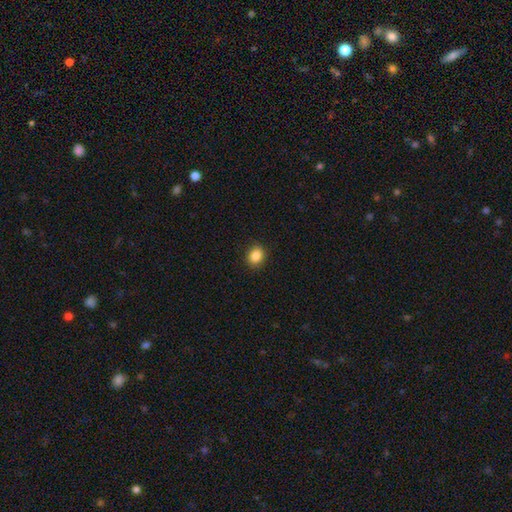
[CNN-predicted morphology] A smooth galaxy with no disk features (87%) that is round (56%).

Vote fractions:
- Smooth or featured? smooth: 87% / star or artifact: 9% / featured or disk: 4%
- How rounded? round: 56% / in between: 43% / cigar-shaped: 1%
- Merging? none: 90% / minor disturbance: 8% / major disturbance: 2% / merger: 1%